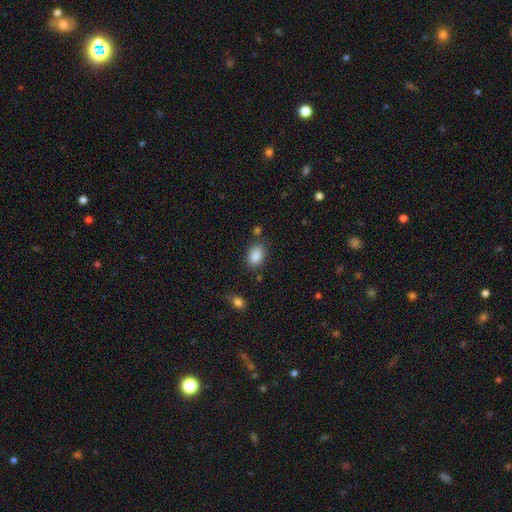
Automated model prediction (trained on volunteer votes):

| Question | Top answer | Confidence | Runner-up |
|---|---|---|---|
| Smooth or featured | smooth | 87% | star or artifact (8%) |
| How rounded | in between | 85% | round (14%) |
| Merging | none | 77% | minor disturbance (14%) |